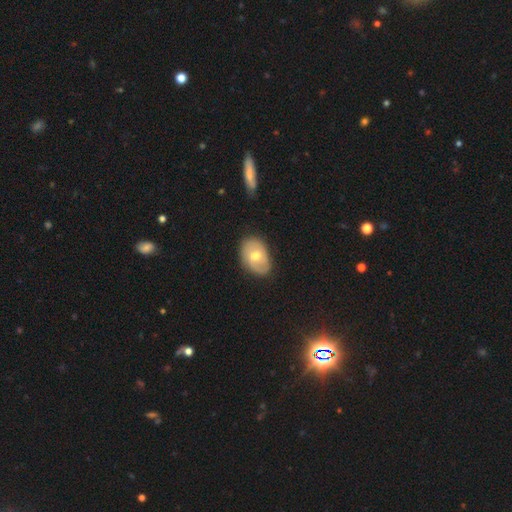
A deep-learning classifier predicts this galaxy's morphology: Smooth or featured?
  - featured or disk: 49% *
  - smooth: 45%
  - star or artifact: 6%
Merging?
  - none: 76% *
  - minor disturbance: 19%
  - major disturbance: 4%
  - merger: 1%